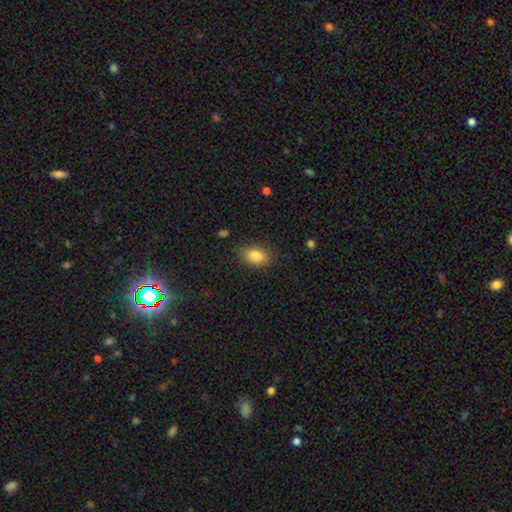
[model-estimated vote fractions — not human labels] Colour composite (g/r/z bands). It shows a smooth galaxy with no disk features (84%) that is in between round and cigar-shaped (86%). Merging: none (82%).